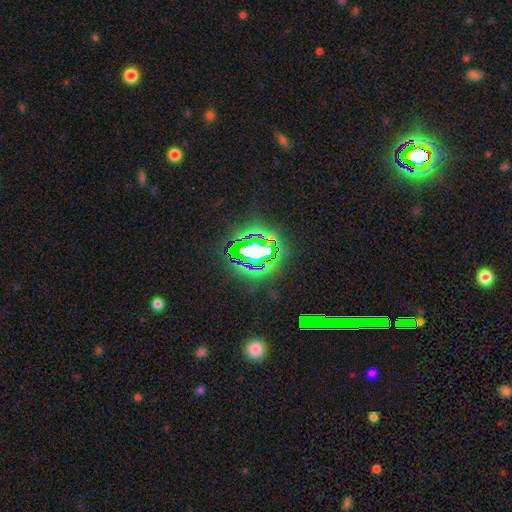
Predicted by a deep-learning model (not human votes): star or artifact 74%, featured or disk 13%, smooth 13%.